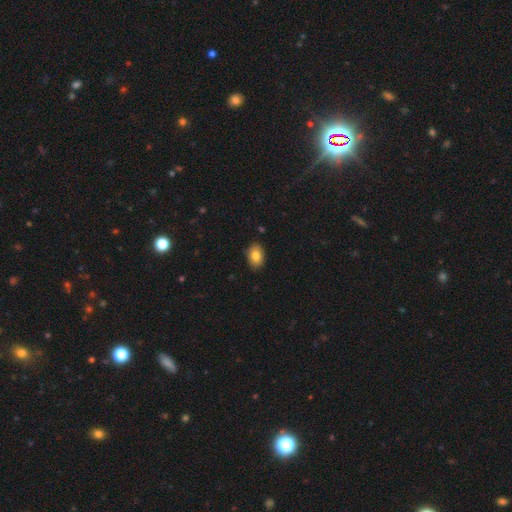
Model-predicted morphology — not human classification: Smooth or featured? smooth (83%)
How rounded? in between (83%)
Merging? none (87%)